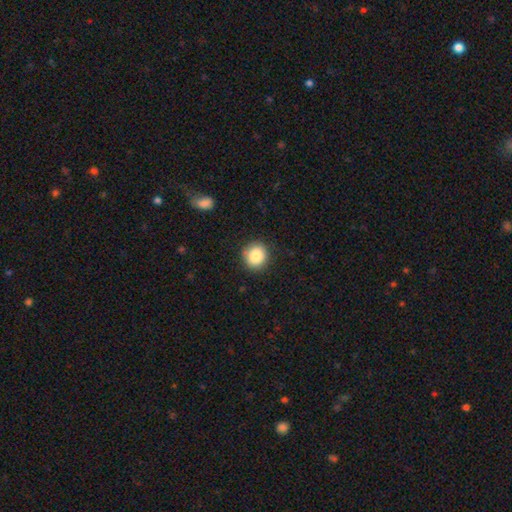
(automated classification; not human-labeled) smooth 87%, star or artifact 9%, featured or disk 5%. Down the decision tree: how rounded — round (90%); merging — none (88%).